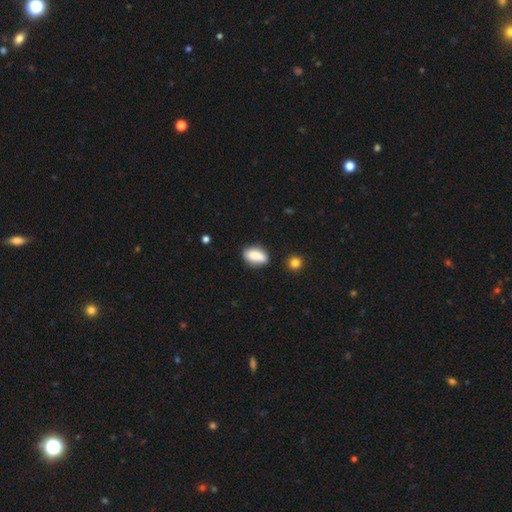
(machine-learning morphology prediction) A smooth galaxy with no disk features (86%) that is in between round and cigar-shaped (89%).

Vote fractions:
- Smooth or featured? smooth: 86% / star or artifact: 8% / featured or disk: 6%
- How rounded? in between: 89% / round: 7% / cigar-shaped: 4%
- Merging? none: 77% / minor disturbance: 17% / merger: 4% / major disturbance: 3%